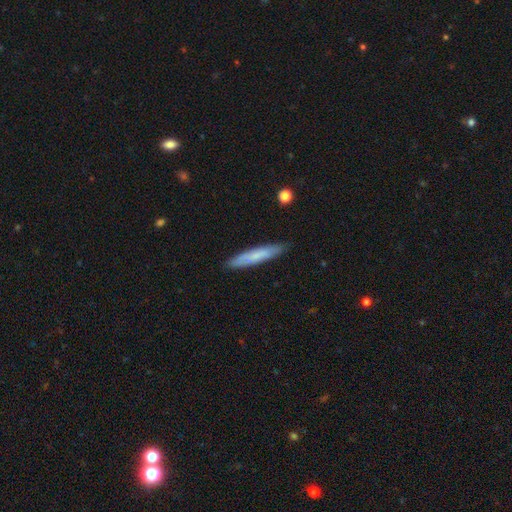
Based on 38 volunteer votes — A smooth galaxy with no disk features (66%) that is cigar-shaped (92%). Merging: none (82%).